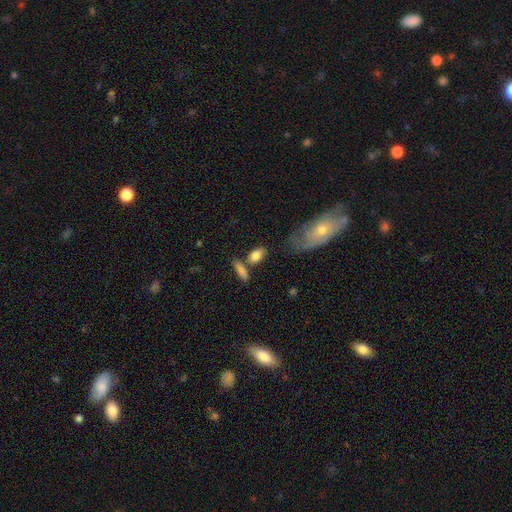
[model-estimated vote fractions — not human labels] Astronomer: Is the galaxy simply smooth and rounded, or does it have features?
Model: smooth — 83%.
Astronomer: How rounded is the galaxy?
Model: in between — 84%.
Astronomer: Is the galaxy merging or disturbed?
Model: none — 60%.